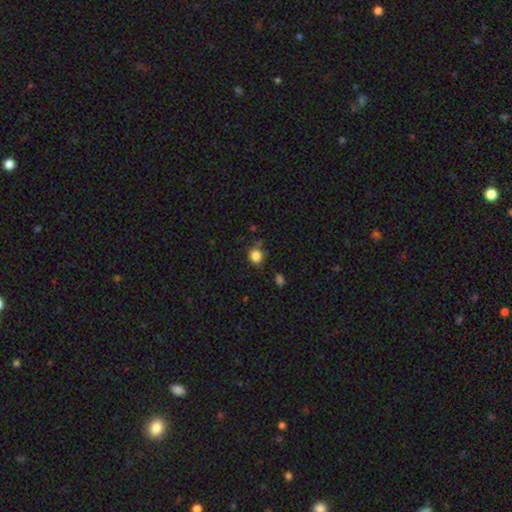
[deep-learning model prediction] Smooth or featured? smooth (85%)
How rounded? round (73%)
Merging? none (74%)